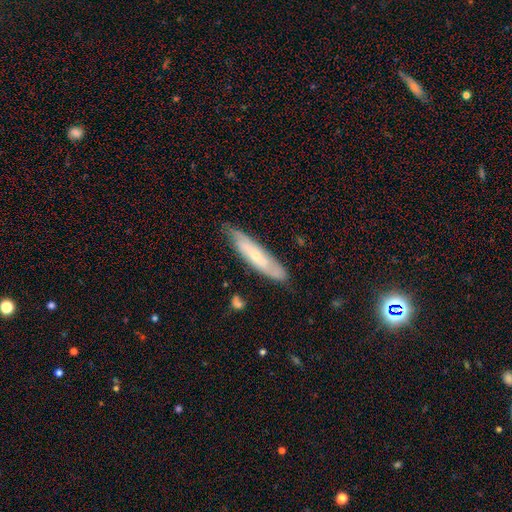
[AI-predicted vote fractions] A featured or disk galaxy (55%). Merging: none (76%).